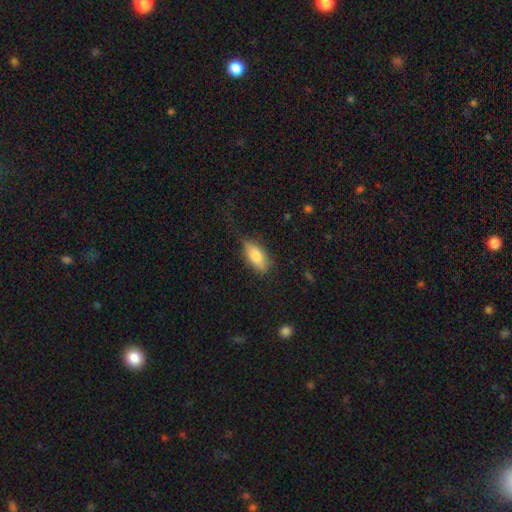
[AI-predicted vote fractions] A smooth galaxy with no disk features (77%) that is in between round and cigar-shaped (86%).

Vote fractions:
- Smooth or featured? smooth: 77% / featured or disk: 16% / star or artifact: 7%
- How rounded? in between: 86% / cigar-shaped: 10% / round: 4%
- Merging? none: 66% / minor disturbance: 26% / major disturbance: 7% / merger: 2%